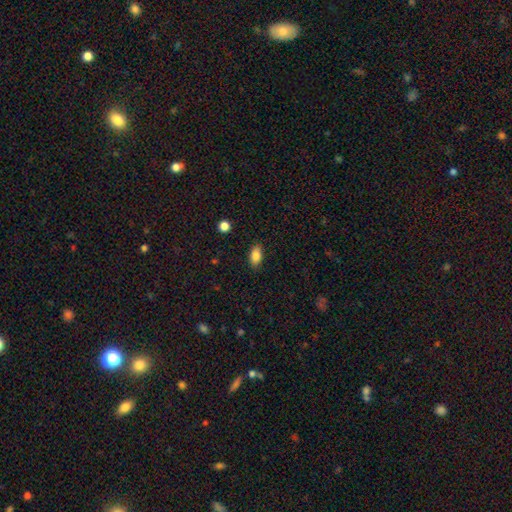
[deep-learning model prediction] A smooth galaxy with no disk features (85%) that is in between round and cigar-shaped (90%). Merging: none (87%).